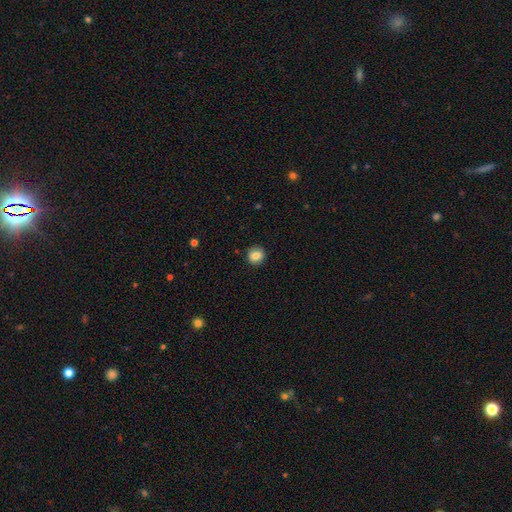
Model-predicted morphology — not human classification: Overall: smooth (83%). How rounded: round (92%). Merging: none (91%).